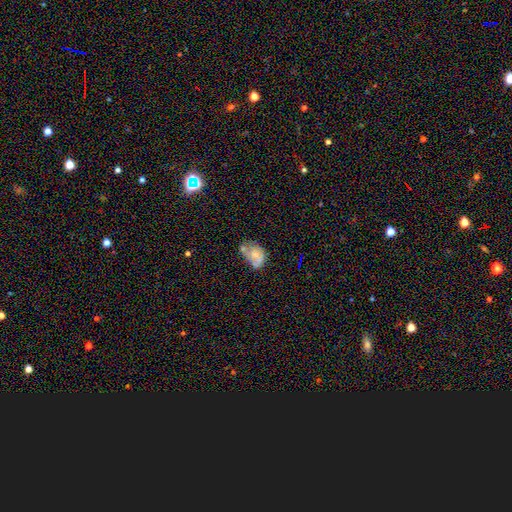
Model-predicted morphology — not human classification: Q: Smooth or featured?
A: smooth (52%); runner-up: featured or disk (38%)
Q: How rounded?
A: in between (79%); runner-up: round (20%)
Q: Merging?
A: minor disturbance (30%); runner-up: none (29%)